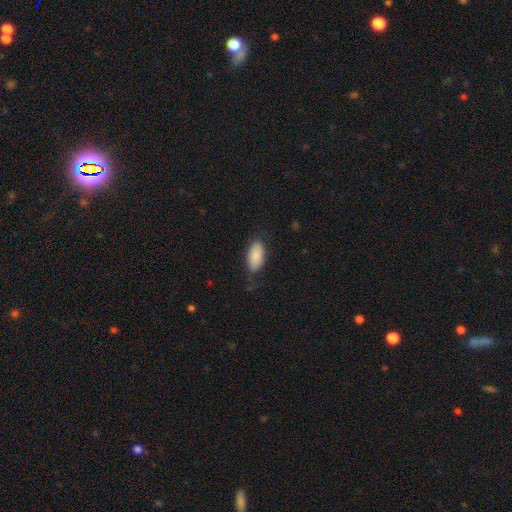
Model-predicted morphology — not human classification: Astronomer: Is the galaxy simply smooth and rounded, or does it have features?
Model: smooth — 87%.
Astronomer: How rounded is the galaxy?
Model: in between — 93%.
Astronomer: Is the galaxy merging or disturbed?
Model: none — 73%.